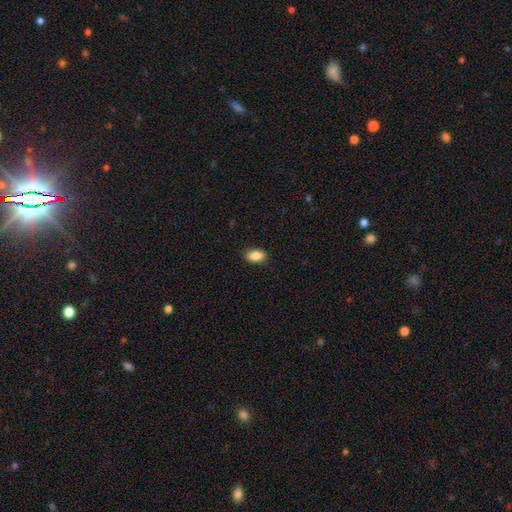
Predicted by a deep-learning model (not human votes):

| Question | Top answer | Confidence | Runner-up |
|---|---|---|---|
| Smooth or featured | smooth | 87% | star or artifact (8%) |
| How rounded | in between | 91% | round (7%) |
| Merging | none | 87% | minor disturbance (10%) |